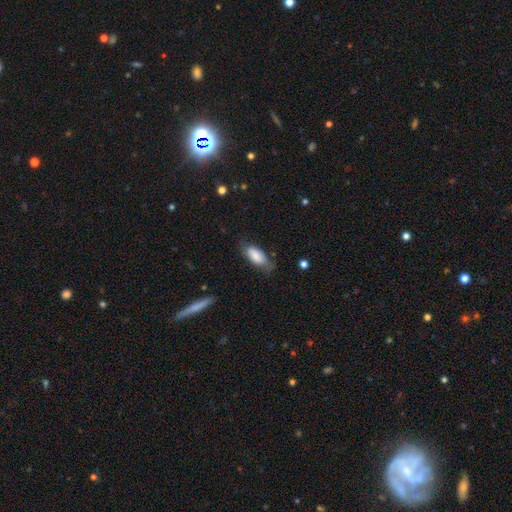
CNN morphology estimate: smooth 80%, featured or disk 13%, star or artifact 6%. Down the decision tree: how rounded — in between (85%); merging — none (62%).